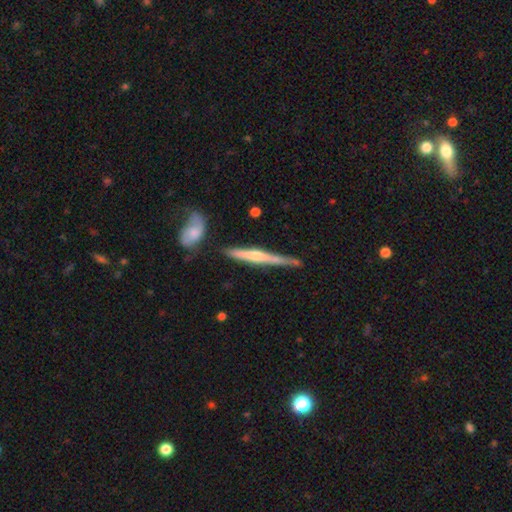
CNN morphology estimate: Smooth or featured? featured or disk (63%)
Edge-on disk? yes (96%)
Edge-on bulge? rounded (61%)
Merging? none (70%)